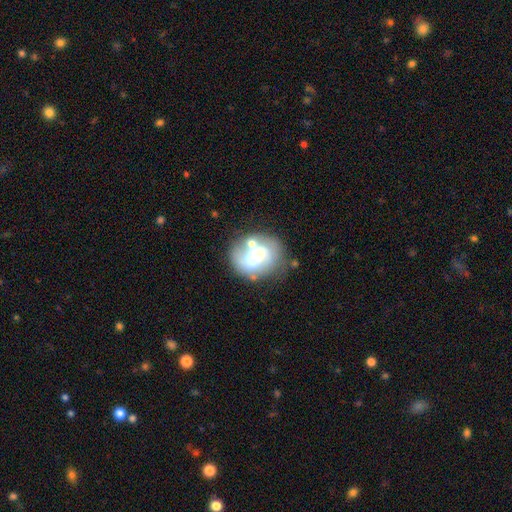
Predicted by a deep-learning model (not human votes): Smooth or featured: smooth — 46% (featured or disk — 45%)
Merging: none — 46% (merger — 21%)